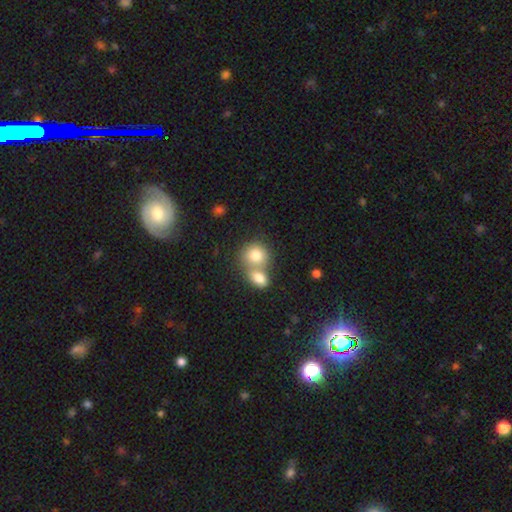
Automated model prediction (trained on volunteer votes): smooth 79%, featured or disk 13%, star or artifact 9%. Down the decision tree: how rounded — round (70%); merging — merger (62%).